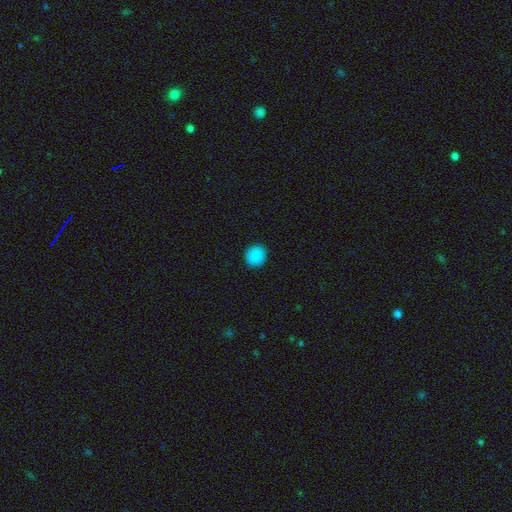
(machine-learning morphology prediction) A smooth galaxy with no disk features (88%) that is round (86%).

Vote fractions:
- Smooth or featured? smooth: 88% / star or artifact: 10% / featured or disk: 2%
- How rounded? round: 86% / in between: 13% / cigar-shaped: 1%
- Merging? none: 92% / minor disturbance: 6% / major disturbance: 2% / merger: 1%